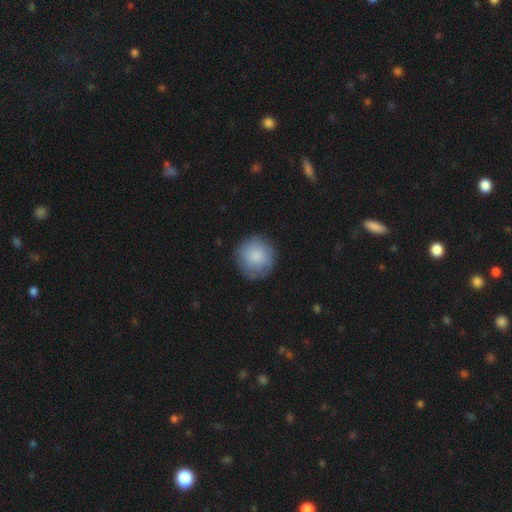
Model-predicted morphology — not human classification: This appears to be a smooth galaxy with no disk features (84%) that is round (92%). Merging: none (80%).